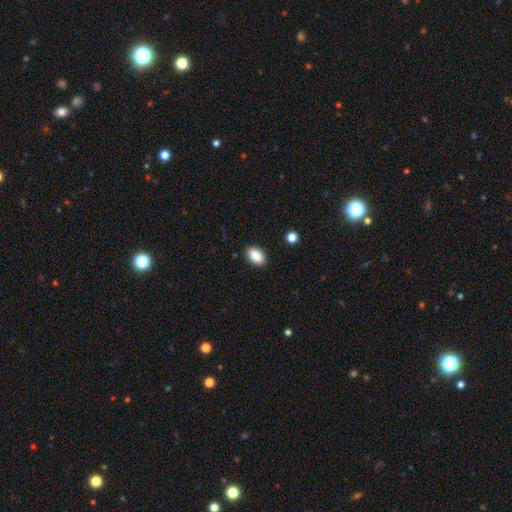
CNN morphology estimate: smooth_or_featured: smooth (p=0.88) [alt: star or artifact p=0.08]
how_rounded: in between (p=0.91) [alt: round p=0.08]
merging: none (p=0.89) [alt: minor disturbance p=0.08]